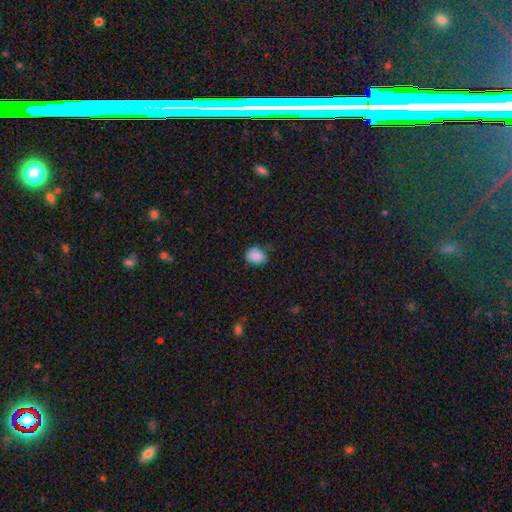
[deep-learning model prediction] Smooth or featured: smooth — 86% (star or artifact — 9%)
How rounded: in between — 62% (round — 37%)
Merging: none — 64% (minor disturbance — 28%)